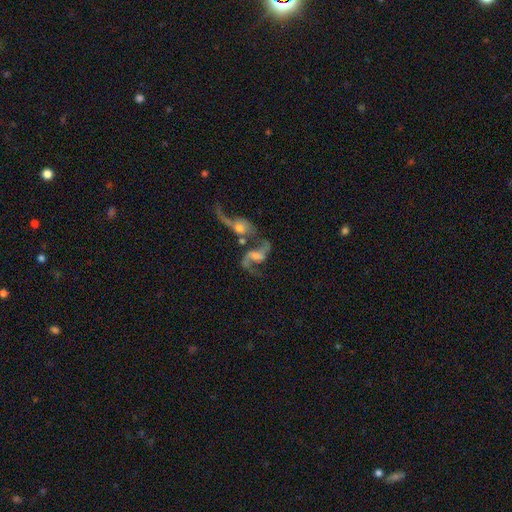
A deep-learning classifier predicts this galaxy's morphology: Smooth or featured: featured or disk — 84% (smooth — 9%)
Edge-on disk: no — 96% (yes — 4%)
Bar: weak — 46% (no — 36%)
Spiral arms: yes — 93% (no — 7%)
Spiral winding: loose — 76% (medium — 20%)
Spiral arm count: 2 — 88% (1 — 6%)
Bulge size: moderate — 43% (small — 29%)
Merging: merger — 54% (none — 25%)